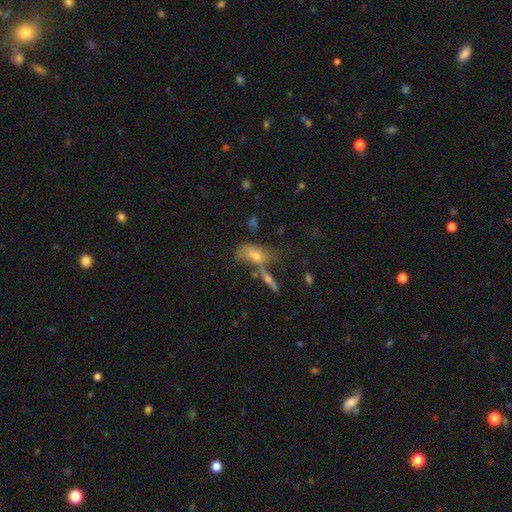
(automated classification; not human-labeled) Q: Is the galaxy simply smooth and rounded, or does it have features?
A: smooth — 47%.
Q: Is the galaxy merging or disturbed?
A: merger — 34%.